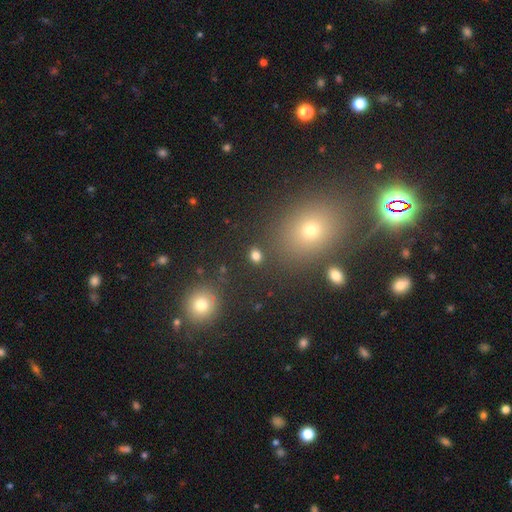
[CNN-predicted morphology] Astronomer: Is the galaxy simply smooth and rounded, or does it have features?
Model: smooth — 78%.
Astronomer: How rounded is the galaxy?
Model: in between — 54% (runner-up: round, 44%).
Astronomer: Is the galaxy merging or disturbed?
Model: none — 84%.